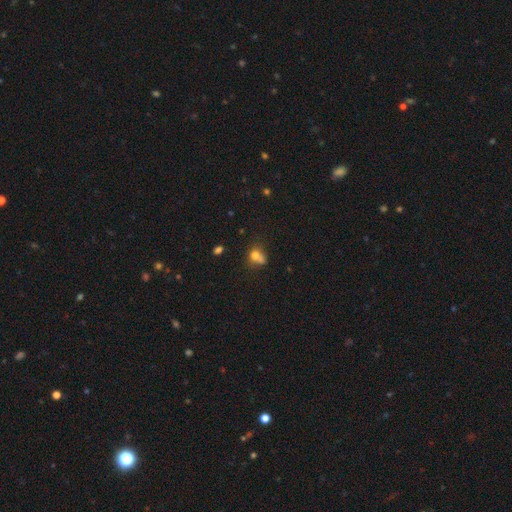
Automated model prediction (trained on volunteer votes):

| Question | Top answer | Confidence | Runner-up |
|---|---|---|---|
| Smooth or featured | smooth | 72% | featured or disk (15%) |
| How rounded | round | 53% | in between (45%) |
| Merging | none | 34% | merger (33%) |